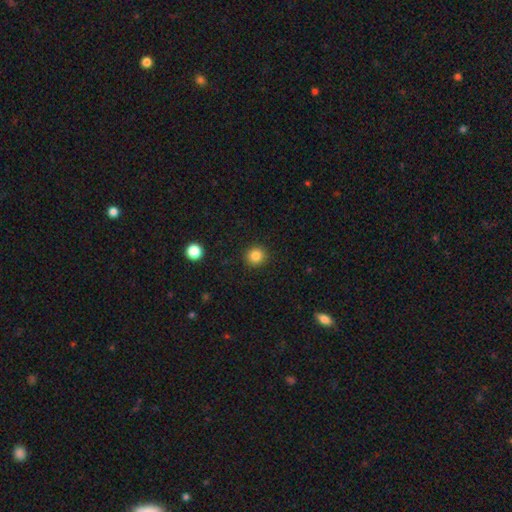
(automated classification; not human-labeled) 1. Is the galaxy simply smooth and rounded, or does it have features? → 84% smooth, 11% star or artifact, 5% featured or disk.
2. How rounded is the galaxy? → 93% round, 6% in between, 1% cigar-shaped.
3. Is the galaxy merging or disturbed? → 92% none, 5% minor disturbance, 2% major disturbance, 1% merger.